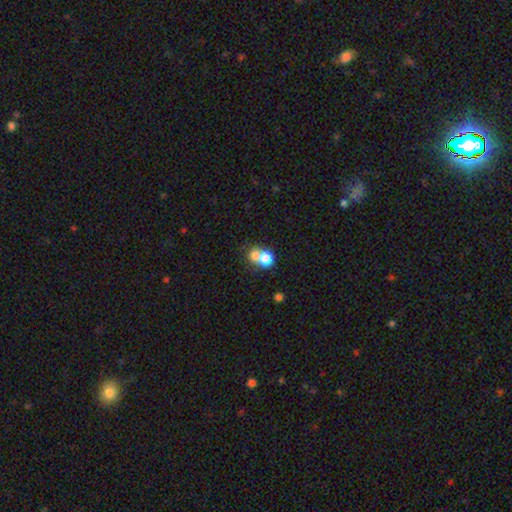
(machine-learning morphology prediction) smooth_or_featured: smooth (p=0.73) [alt: featured or disk p=0.13]
how_rounded: round (p=0.76) [alt: in between p=0.23]
merging: merger (p=0.57) [alt: none p=0.34]